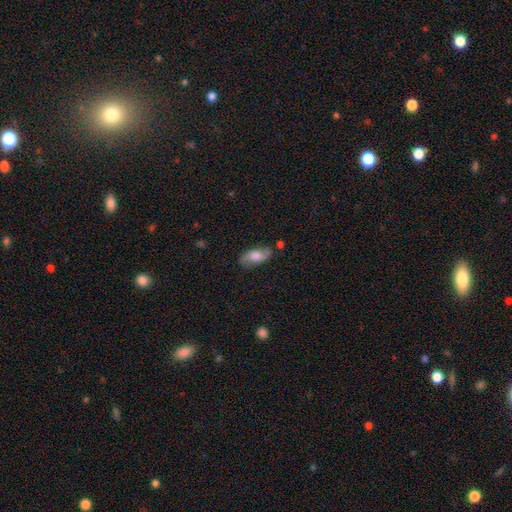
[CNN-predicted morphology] Smooth or featured: smooth — 51% (featured or disk — 42%)
How rounded: in between — 86% (cigar-shaped — 9%)
Merging: none — 76% (minor disturbance — 17%)